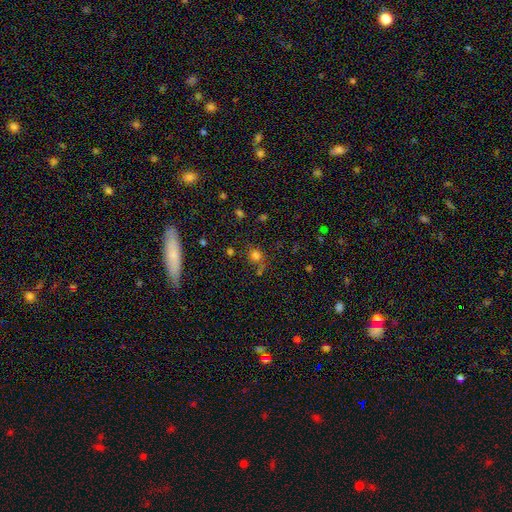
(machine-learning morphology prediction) Smooth or featured? Predicted: smooth (p=0.71). How rounded? Predicted: round (p=0.81). Merging? Predicted: none (p=0.69).